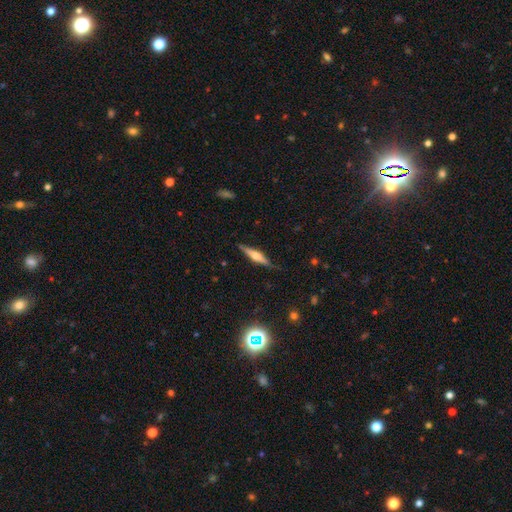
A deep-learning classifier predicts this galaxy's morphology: Smooth or featured? Predicted: featured or disk (p=0.66). Edge-on disk? Predicted: yes (p=0.96). Edge-on bulge? Predicted: rounded (p=0.85). Merging? Predicted: none (p=0.85).